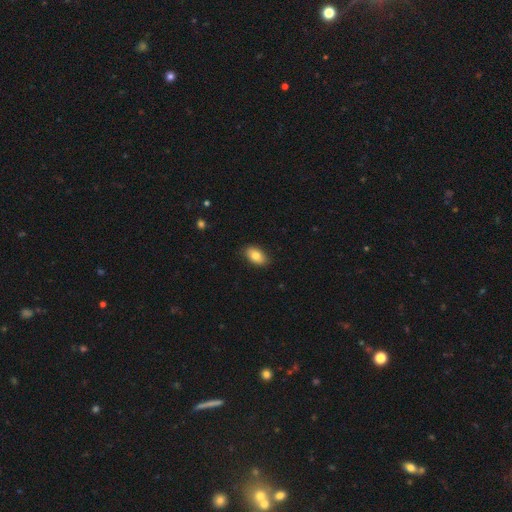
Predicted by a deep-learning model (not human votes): A smooth galaxy with no disk features (82%) that is in between round and cigar-shaped (91%).

Vote fractions:
- Smooth or featured? smooth: 82% / featured or disk: 11% / star or artifact: 7%
- How rounded? in between: 91% / round: 7% / cigar-shaped: 2%
- Merging? none: 87% / minor disturbance: 10% / major disturbance: 2% / merger: 1%